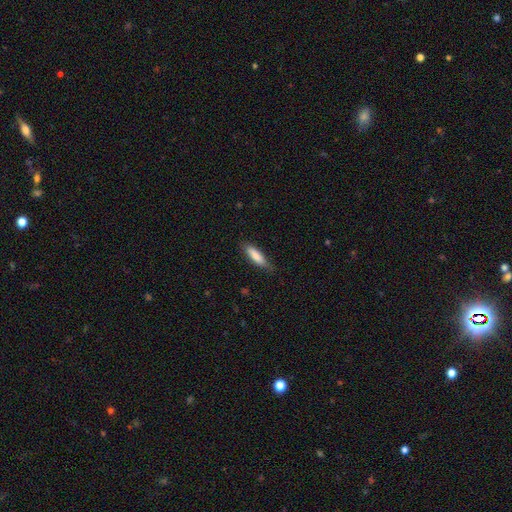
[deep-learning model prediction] Smooth or featured? Predicted: smooth (p=0.83). How rounded? Predicted: cigar-shaped (p=0.62). Merging? Predicted: none (p=0.78).